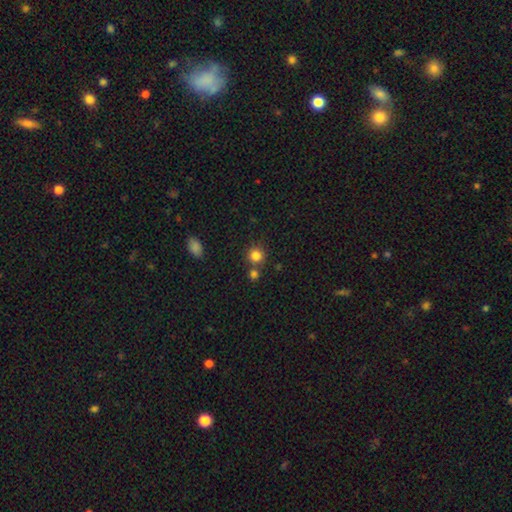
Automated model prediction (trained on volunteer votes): Overall: smooth (82%). How rounded: round (90%). Merging: none (69%).